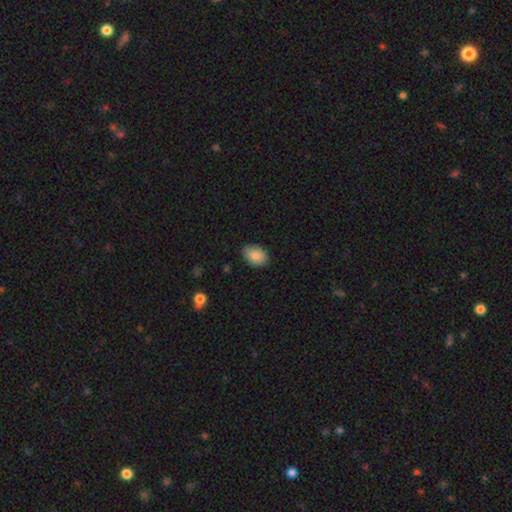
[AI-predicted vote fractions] smooth_or_featured: smooth (p=0.87) [alt: star or artifact p=0.07]
how_rounded: in between (p=0.80) [alt: round p=0.19]
merging: none (p=0.81) [alt: minor disturbance p=0.15]